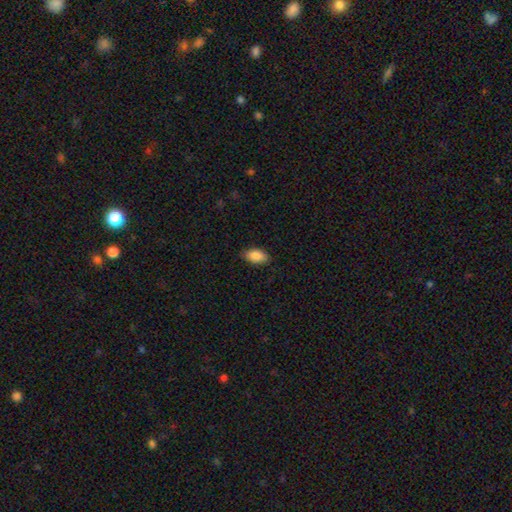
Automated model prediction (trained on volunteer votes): This is clearly a smooth galaxy (87%). How rounded: clearly in between (93%). Merging: clearly none (85%).